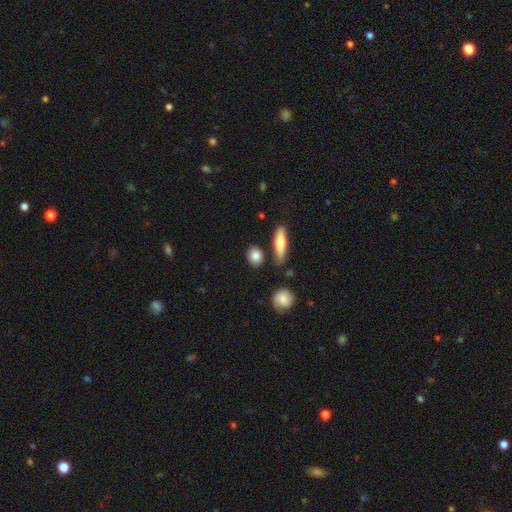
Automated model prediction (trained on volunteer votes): Smooth or featured?
  - smooth: 83% *
  - featured or disk: 9%
  - star or artifact: 8%
How rounded?
  - round: 48% *
  - in between: 43%
  - cigar-shaped: 9%
Merging?
  - none: 80% *
  - minor disturbance: 11%
  - merger: 6%
  - major disturbance: 3%